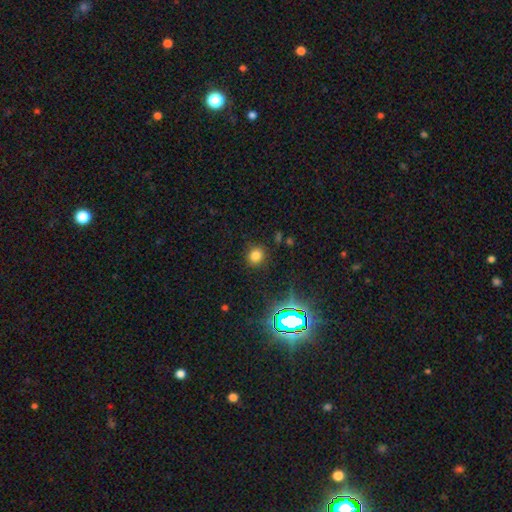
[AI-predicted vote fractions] Smooth or featured?
  - smooth: 73% *
  - star or artifact: 21%
  - featured or disk: 6%
How rounded?
  - round: 79% *
  - in between: 19%
  - cigar-shaped: 1%
Merging?
  - none: 86% *
  - minor disturbance: 9%
  - major disturbance: 3%
  - merger: 2%